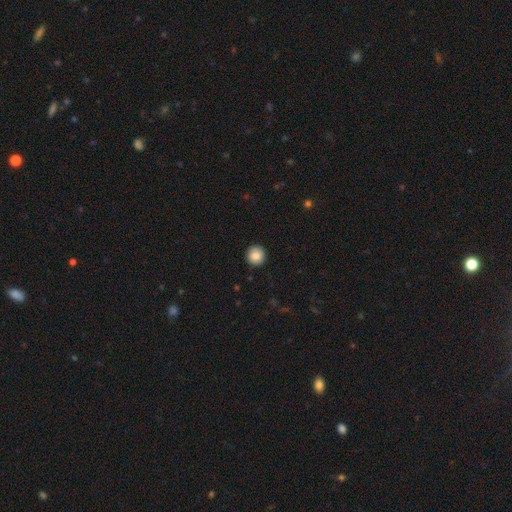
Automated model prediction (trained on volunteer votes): This is clearly a smooth galaxy (87%). How rounded: clearly round (94%). Merging: clearly none (91%).